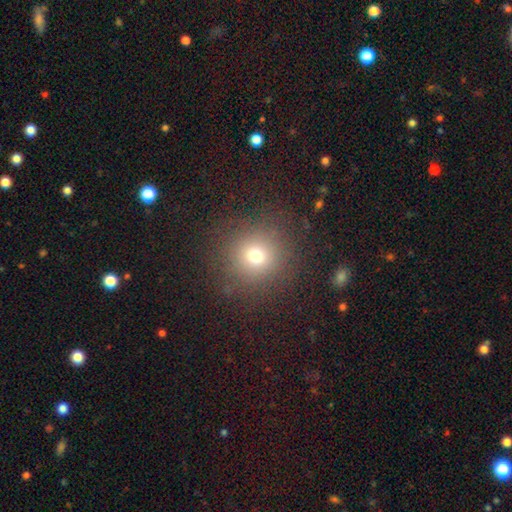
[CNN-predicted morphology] Smooth or featured? Predicted: smooth (p=0.72). How rounded? Predicted: round (p=0.93). Merging? Predicted: none (p=0.87).